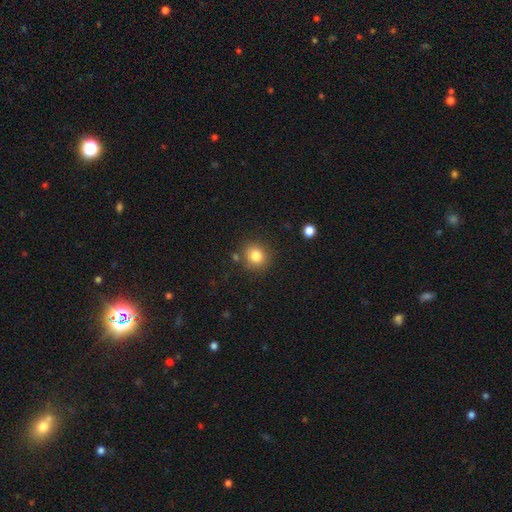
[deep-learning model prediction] Q: Smooth or featured?
A: smooth (82%); runner-up: star or artifact (11%)
Q: How rounded?
A: round (85%); runner-up: in between (14%)
Q: Merging?
A: none (81%); runner-up: minor disturbance (10%)